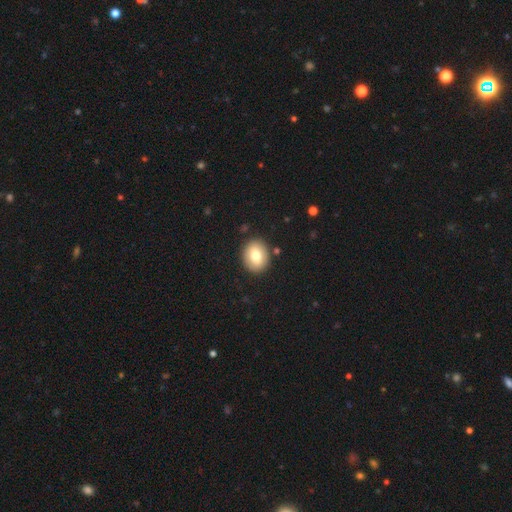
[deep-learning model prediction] smooth-or-featured: smooth: 77% | featured or disk: 15% | star or artifact: 8%
  how-rounded: round: 50% | in between: 49% | cigar-shaped: 1%
  merging: none: 88% | minor disturbance: 8% | major disturbance: 2% | merger: 2%